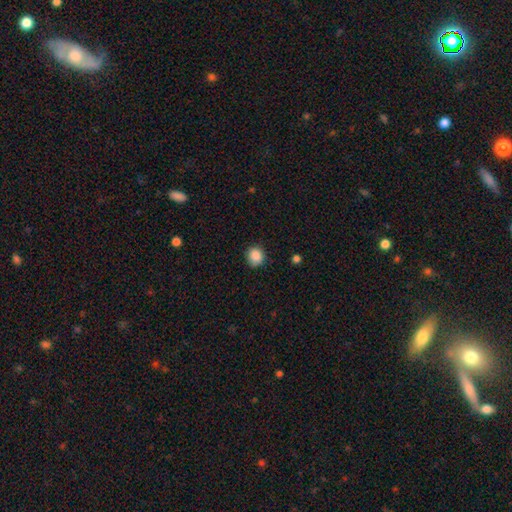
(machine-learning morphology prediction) This is clearly a smooth galaxy (87%). How rounded: clearly round (80%). Merging: clearly none (84%).